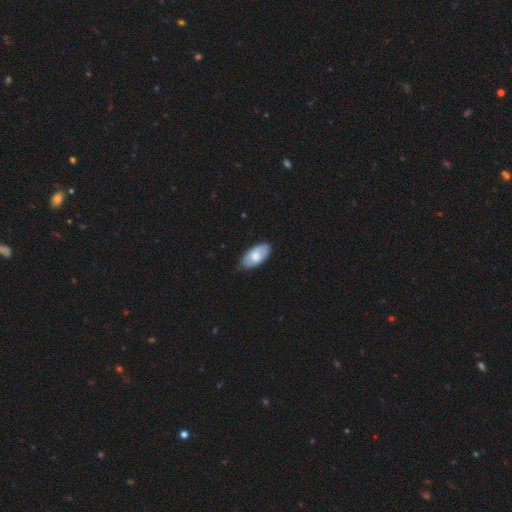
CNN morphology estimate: Q: Smooth or featured?
A: smooth (73%); runner-up: featured or disk (22%)
Q: How rounded?
A: in between (94%); runner-up: cigar-shaped (4%)
Q: Merging?
A: none (79%); runner-up: minor disturbance (17%)